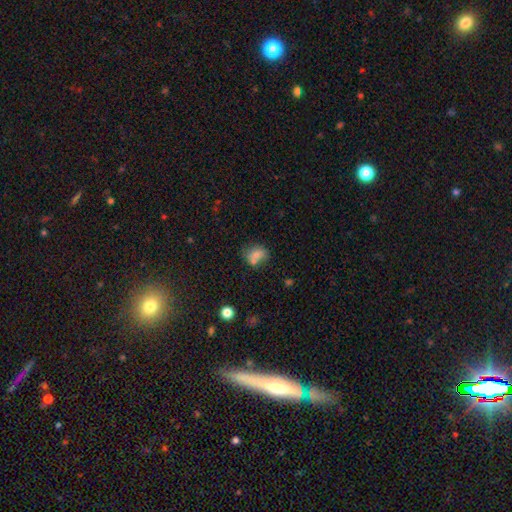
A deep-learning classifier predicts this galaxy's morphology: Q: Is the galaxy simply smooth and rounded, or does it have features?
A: smooth — 72%.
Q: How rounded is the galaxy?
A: round — 53%.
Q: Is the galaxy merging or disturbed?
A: none — 47%.